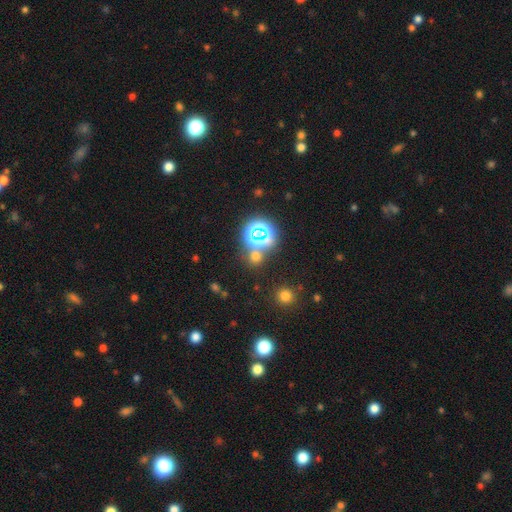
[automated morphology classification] Smooth or featured? smooth (49%)
Merging? none (72%)